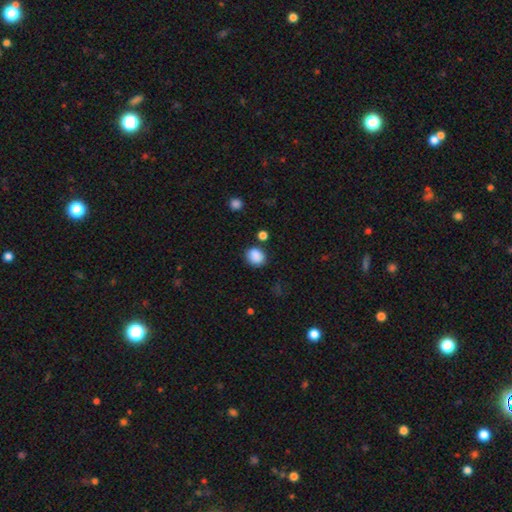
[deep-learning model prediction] Smooth or featured?
  - smooth: 87% *
  - star or artifact: 10%
  - featured or disk: 4%
How rounded?
  - round: 64% *
  - in between: 35%
  - cigar-shaped: 1%
Merging?
  - none: 79% *
  - minor disturbance: 12%
  - merger: 5%
  - major disturbance: 4%